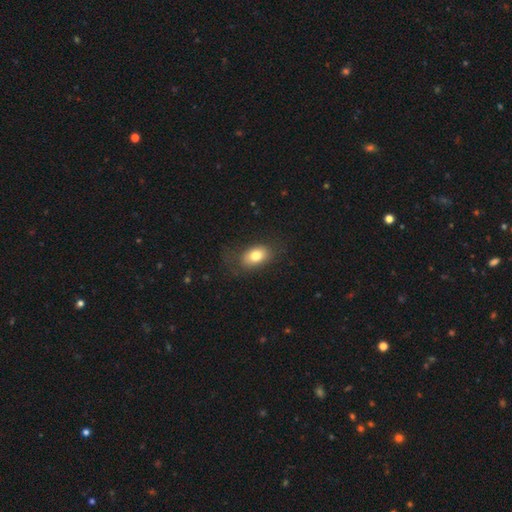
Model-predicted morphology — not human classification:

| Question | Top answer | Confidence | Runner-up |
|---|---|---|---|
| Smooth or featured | smooth | 78% | featured or disk (13%) |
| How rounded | in between | 83% | round (15%) |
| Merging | none | 72% | minor disturbance (18%) |